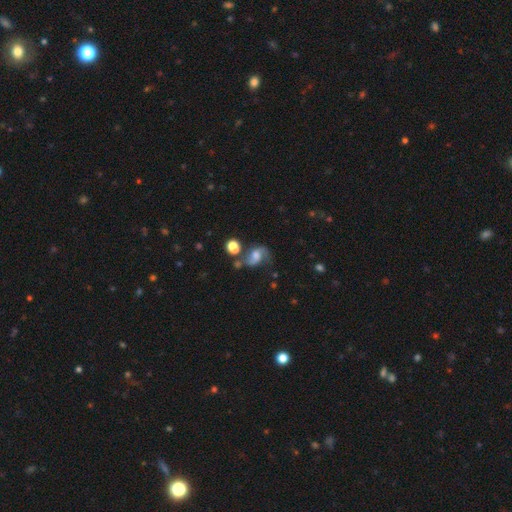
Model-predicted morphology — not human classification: Smooth or featured? featured or disk (60%)
Edge-on disk? no (97%)
Bar? no (51%)
Spiral arms? yes (90%)
Spiral winding? loose (59%)
Spiral arm count? 2 (85%)
Bulge size? moderate (46%)
Merging? none (46%)